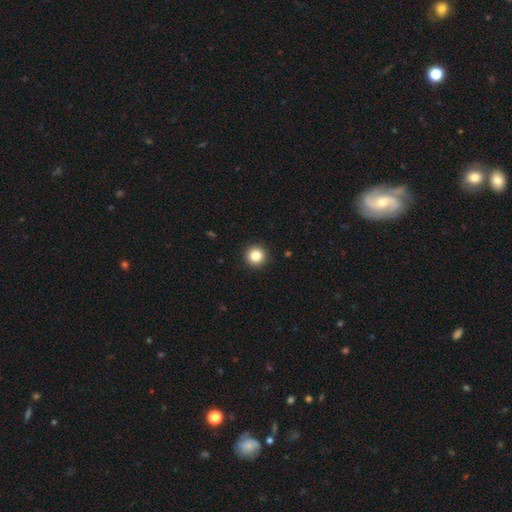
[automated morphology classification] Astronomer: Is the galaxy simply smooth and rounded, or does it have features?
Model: smooth — 83%.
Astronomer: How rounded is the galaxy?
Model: round — 96%.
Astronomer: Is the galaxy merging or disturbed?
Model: none — 93%.